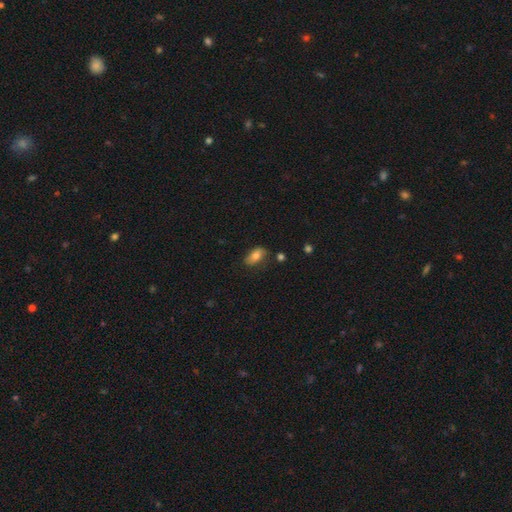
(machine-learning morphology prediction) smooth 79%, featured or disk 13%, star or artifact 8%. Down the decision tree: how rounded — in between (90%); merging — none (74%).